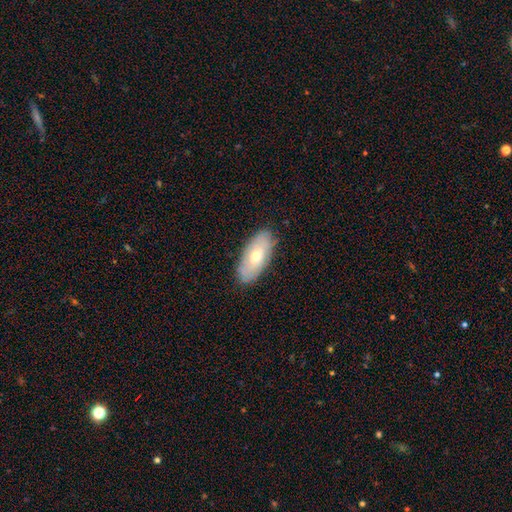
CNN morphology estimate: Smooth or featured? Predicted: smooth (p=0.53). How rounded? Predicted: in between (p=0.88). Merging? Predicted: none (p=0.85).